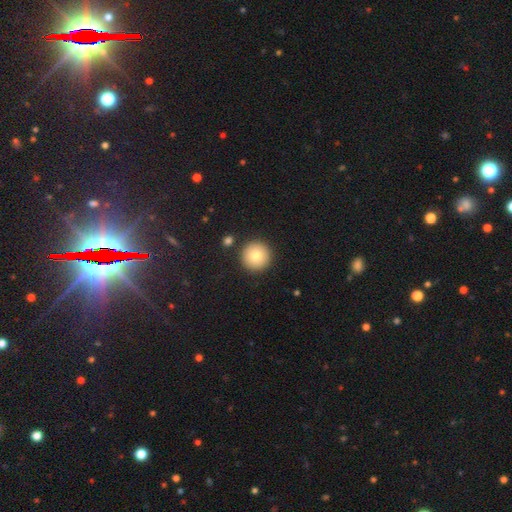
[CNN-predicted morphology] This appears to be a smooth galaxy with no disk features (78%) that is round (97%). Merging: none (90%).